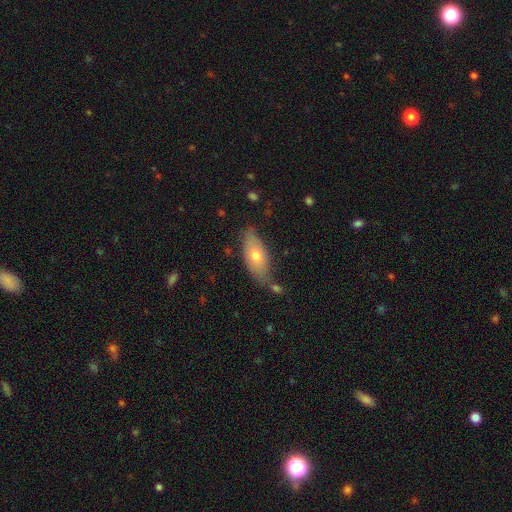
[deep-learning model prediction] A smooth galaxy with no disk features (68%) that is in between round and cigar-shaped (84%). Merging: none (69%).